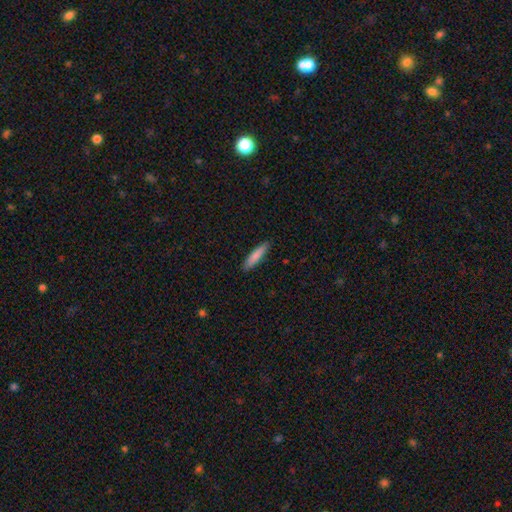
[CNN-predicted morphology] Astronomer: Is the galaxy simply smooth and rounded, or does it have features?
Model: smooth — 84%.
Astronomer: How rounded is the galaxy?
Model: cigar-shaped — 84%.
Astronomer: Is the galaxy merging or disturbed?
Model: none — 90%.